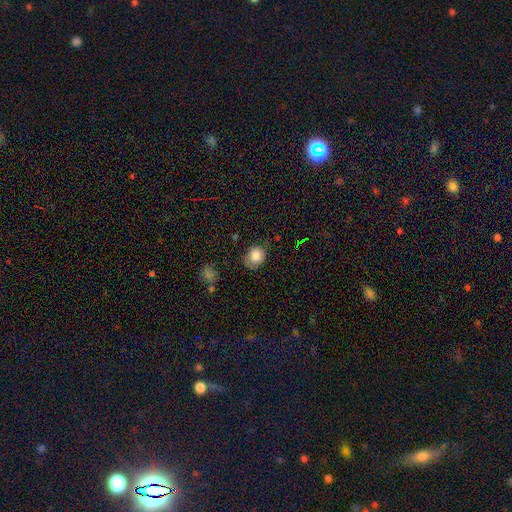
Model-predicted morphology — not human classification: type=smooth (82%); roundness=round (67%); merging=none (71%).